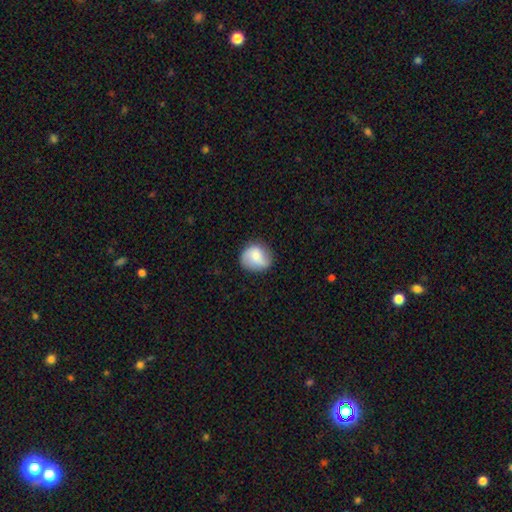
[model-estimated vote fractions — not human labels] Smooth or featured: smooth — 62% (featured or disk — 31%)
How rounded: round — 79% (in between — 20%)
Merging: none — 73% (minor disturbance — 19%)